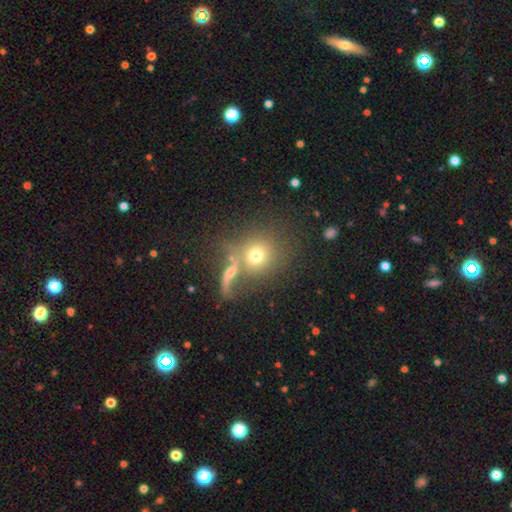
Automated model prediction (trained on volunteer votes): smooth-or-featured: smooth: 67% | featured or disk: 21% | star or artifact: 12%
  how-rounded: round: 82% | in between: 16% | cigar-shaped: 2%
  merging: none: 47% | merger: 33% | minor disturbance: 10% | major disturbance: 10%